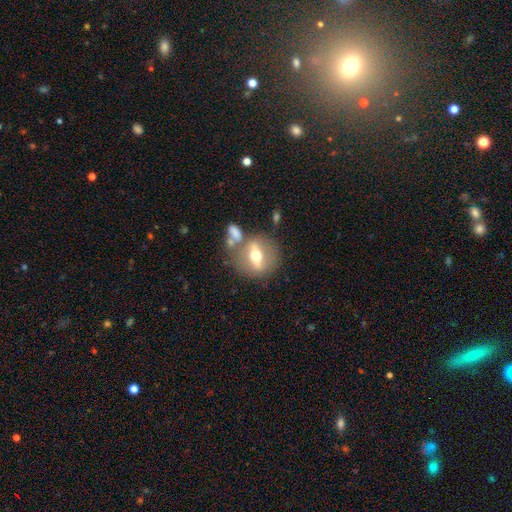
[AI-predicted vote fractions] Smooth or featured? Predicted: featured or disk (p=0.62). Edge-on disk? Predicted: no (p=0.59). Merging? Predicted: none (p=0.67).